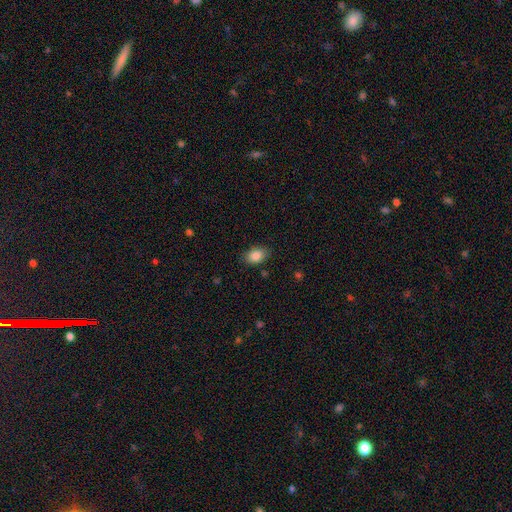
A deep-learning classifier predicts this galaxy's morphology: A smooth galaxy with no disk features (86%) that is in between round and cigar-shaped (82%).

Vote fractions:
- Smooth or featured? smooth: 86% / star or artifact: 8% / featured or disk: 5%
- How rounded? in between: 82% / round: 17% / cigar-shaped: 1%
- Merging? none: 83% / minor disturbance: 13% / major disturbance: 3% / merger: 1%